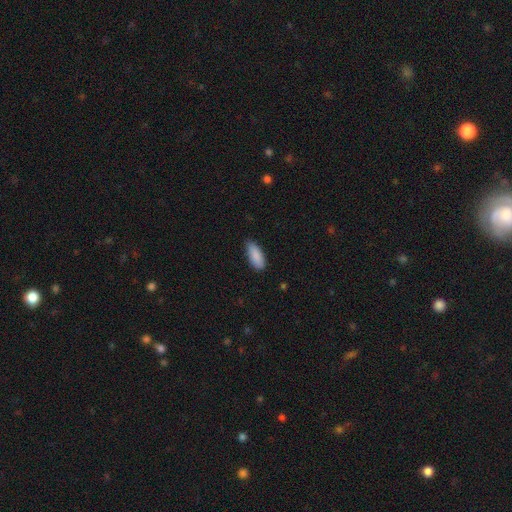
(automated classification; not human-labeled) smooth 89%, star or artifact 6%, featured or disk 5%. Down the decision tree: how rounded — in between (79%); merging — none (81%).